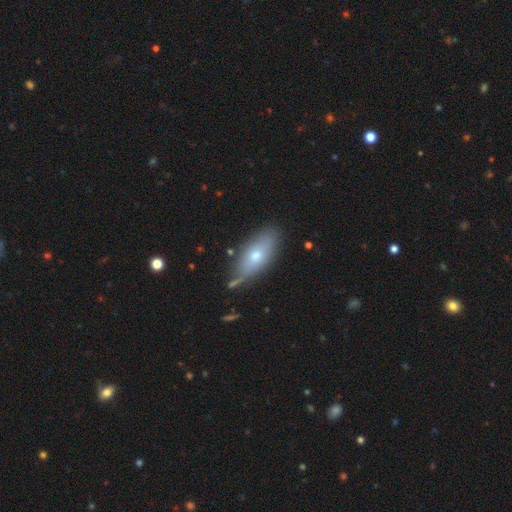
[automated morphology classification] The model was most divided on "smooth or featured": smooth: 63%, featured or disk: 29%, star or artifact: 7%. More confident: how rounded — in between (81%); merging — none (70%).